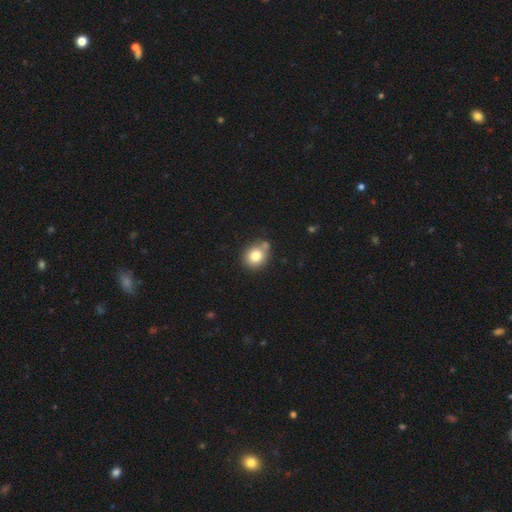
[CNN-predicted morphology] A smooth galaxy with no disk features (79%) that is round (68%). Merging: none (66%).